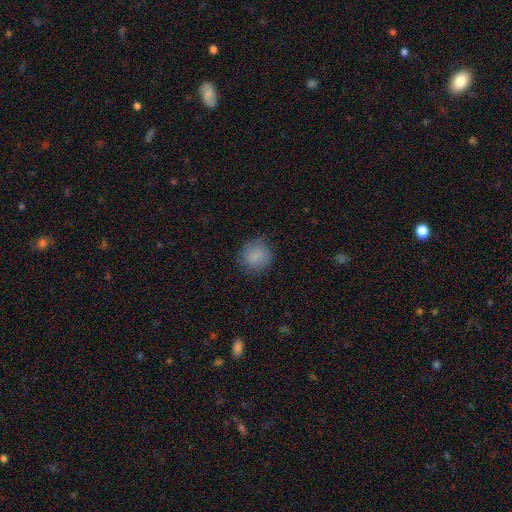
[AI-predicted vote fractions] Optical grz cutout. It shows a smooth galaxy with no disk features (85%) that is round (87%). Merging: none (78%).